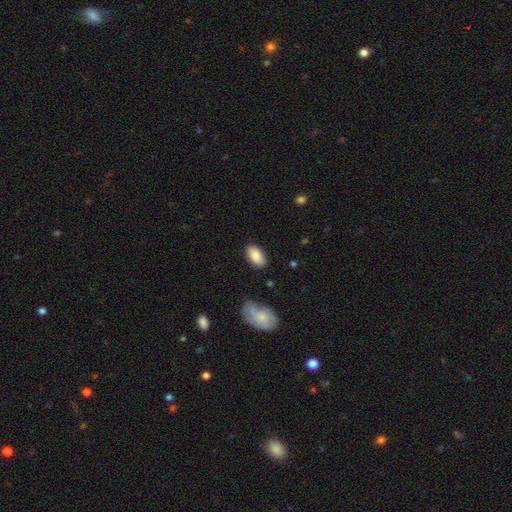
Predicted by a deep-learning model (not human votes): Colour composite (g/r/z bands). It shows a smooth galaxy with no disk features (87%) that is in between round and cigar-shaped (94%). Merging: none (83%).